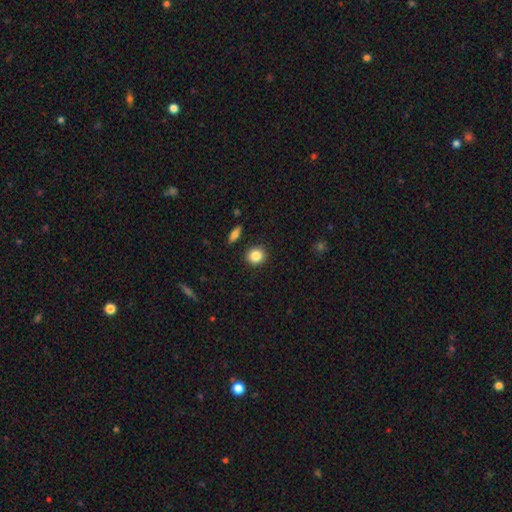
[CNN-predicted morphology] Smooth or featured: smooth — 86% (star or artifact — 9%)
How rounded: round — 80% (in between — 18%)
Merging: none — 89% (minor disturbance — 7%)